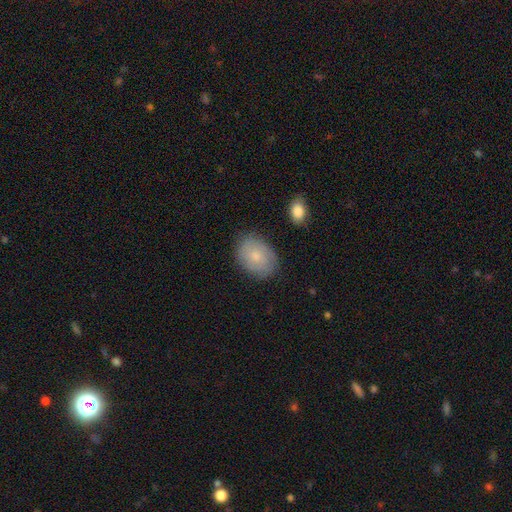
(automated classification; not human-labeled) smooth_or_featured: smooth (p=0.66) [alt: featured or disk p=0.27]
how_rounded: in between (p=0.74) [alt: round p=0.25]
merging: none (p=0.80) [alt: minor disturbance p=0.15]